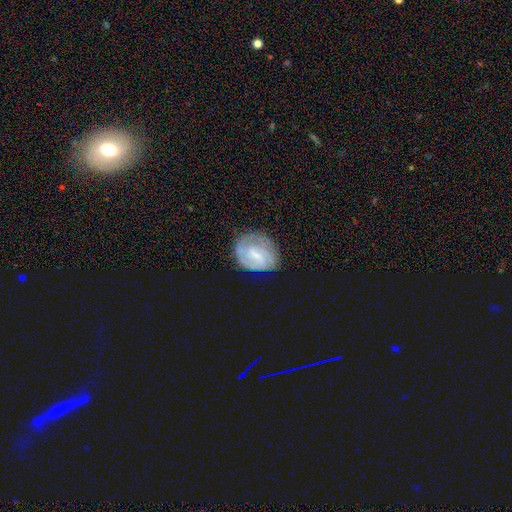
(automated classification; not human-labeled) The model was most divided on "smooth or featured": featured or disk: 59%, smooth: 34%, star or artifact: 7%. More confident: edge-on disk — no (97%); spiral arms — yes (75%); merging — none (63%); bar — weak (54%); bulge size — small (53%).